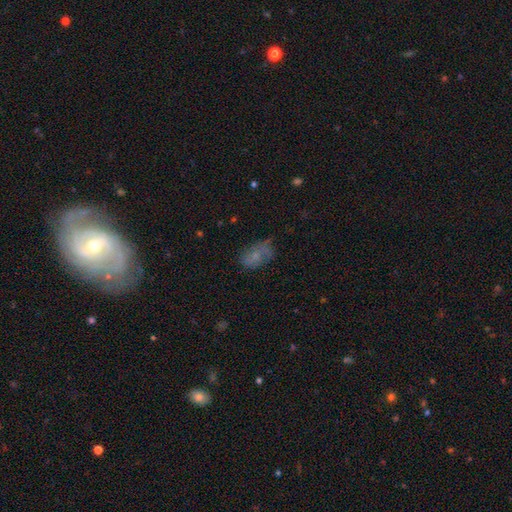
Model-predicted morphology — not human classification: Smooth or featured? Predicted: smooth (p=0.56). How rounded? Predicted: in between (p=0.88). Merging? Predicted: none (p=0.54).